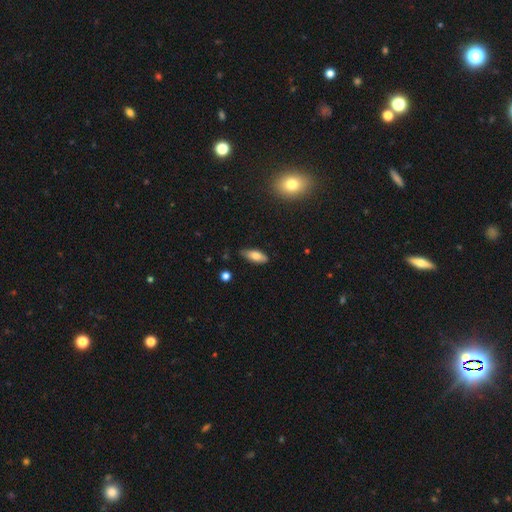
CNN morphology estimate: Overall: smooth (76%). How rounded: in between (77%). Merging: none (77%).